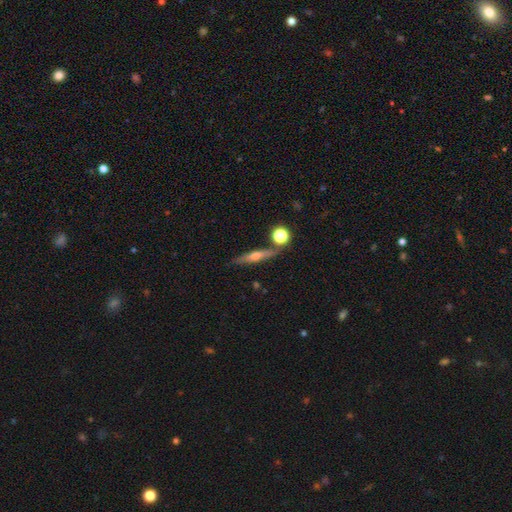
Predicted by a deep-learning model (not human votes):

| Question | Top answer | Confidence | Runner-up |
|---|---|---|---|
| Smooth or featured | featured or disk | 60% | smooth (31%) |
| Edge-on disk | yes | 94% | no (6%) |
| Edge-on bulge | rounded | 88% | none (8%) |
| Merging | none | 82% | minor disturbance (9%) |